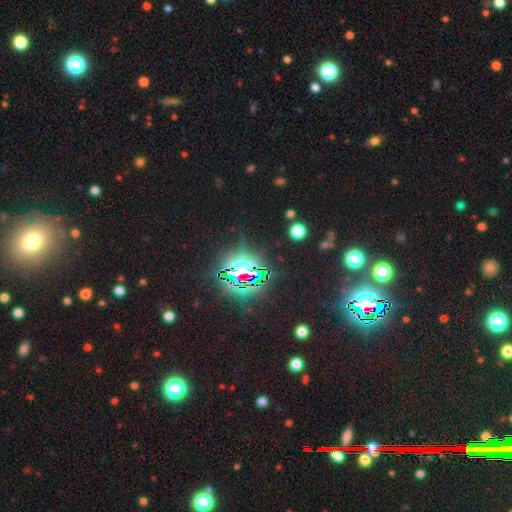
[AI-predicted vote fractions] A star or artifact, not a galaxy (82%).